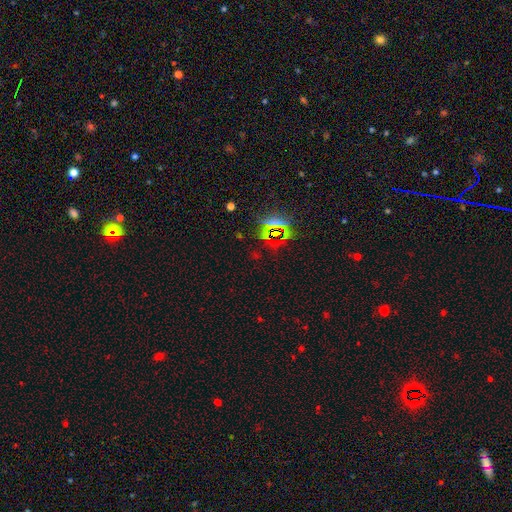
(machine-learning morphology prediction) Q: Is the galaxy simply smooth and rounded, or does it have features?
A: star or artifact — 71%.